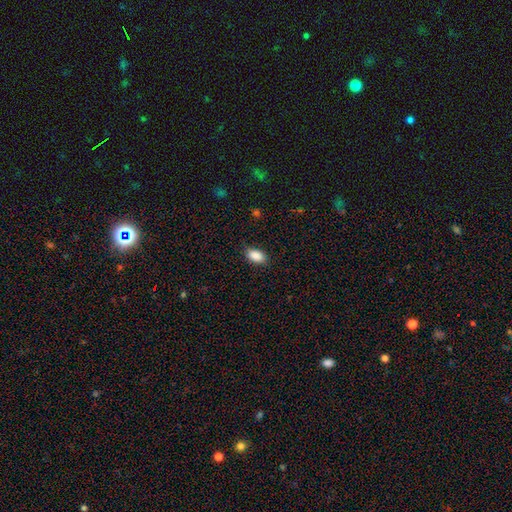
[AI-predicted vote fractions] This appears to be a smooth galaxy with no disk features (89%) that is in between round and cigar-shaped (91%). Merging: none (84%).